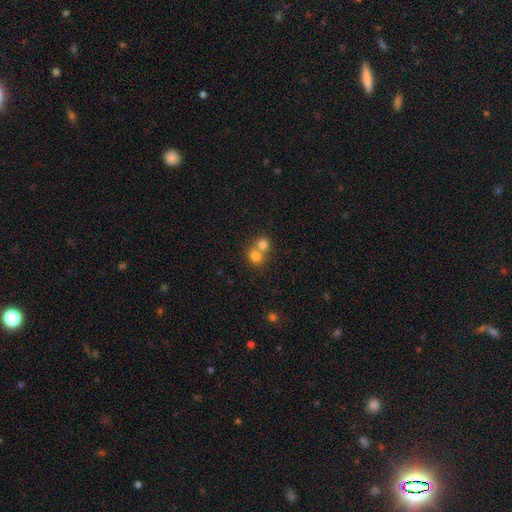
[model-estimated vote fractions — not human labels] The model was most divided on "merging": merger: 58%, none: 35%, minor disturbance: 5%, major disturbance: 2%. More confident: how rounded — round (78%); smooth or featured — smooth (77%).